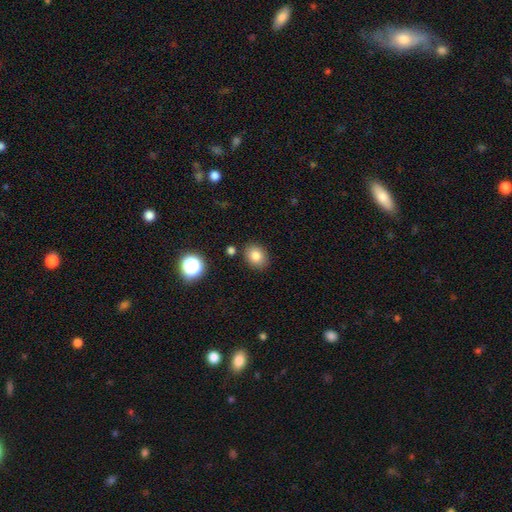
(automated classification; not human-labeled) smooth-or-featured: smooth: 82% | star or artifact: 11% | featured or disk: 7%
  how-rounded: in between: 52% | round: 47% | cigar-shaped: 1%
  merging: none: 84% | minor disturbance: 10% | merger: 3% | major disturbance: 3%